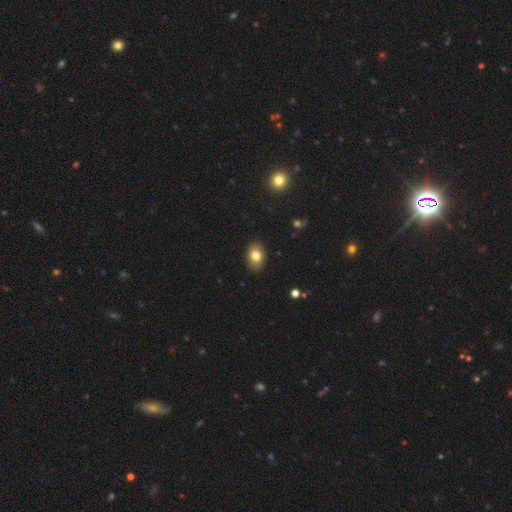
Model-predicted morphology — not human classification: The model was most divided on "how rounded": in between: 81%, round: 18%, cigar-shaped: 1%. More confident: merging — none (89%); smooth or featured — smooth (80%).